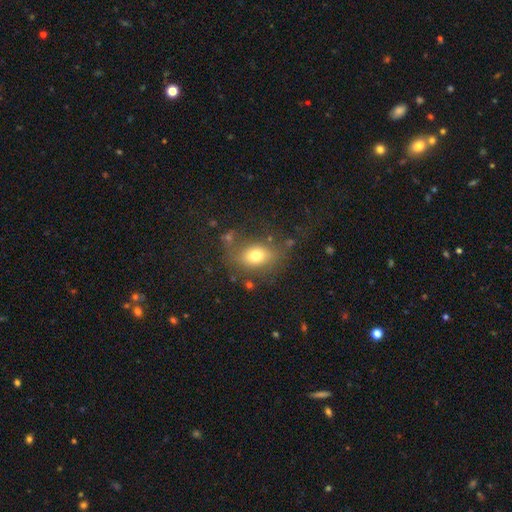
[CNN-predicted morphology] This appears to be a smooth galaxy with no disk features (73%) that is in between round and cigar-shaped (71%). Merging: none (65%).